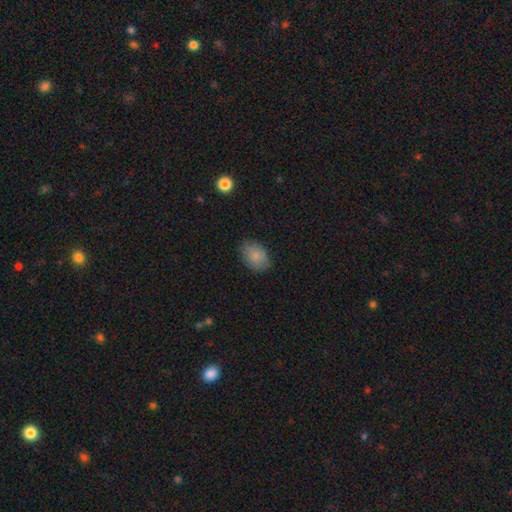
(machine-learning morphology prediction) Overall: smooth (85%). How rounded: in between (81%). Merging: none (82%).